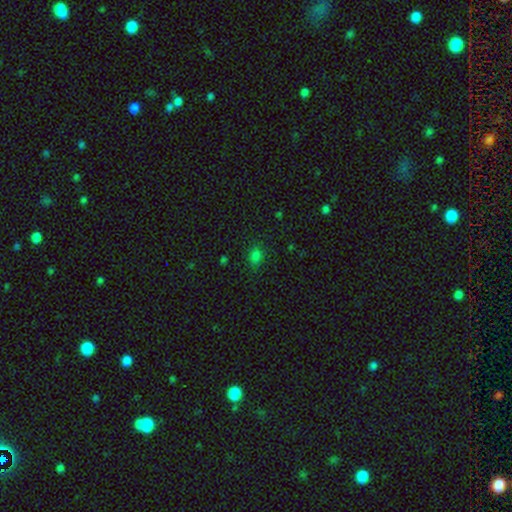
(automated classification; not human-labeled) A smooth galaxy with no disk features (76%) that is in between round and cigar-shaped (62%).

Vote fractions:
- Smooth or featured? smooth: 76% / star or artifact: 20% / featured or disk: 4%
- How rounded? in between: 62% / round: 37% / cigar-shaped: 2%
- Merging? none: 82% / minor disturbance: 13% / major disturbance: 4% / merger: 2%